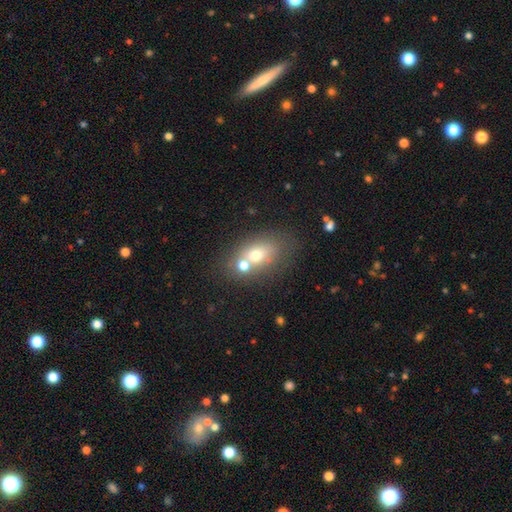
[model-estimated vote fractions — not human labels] Q: Smooth or featured?
A: smooth (64%); runner-up: featured or disk (24%)
Q: How rounded?
A: in between (76%); runner-up: round (21%)
Q: Merging?
A: none (49%); runner-up: merger (33%)